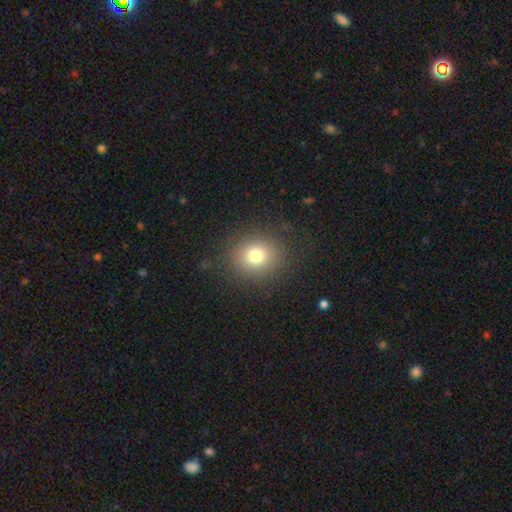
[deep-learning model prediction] A smooth galaxy with no disk features (77%) that is round (82%).

Vote fractions:
- Smooth or featured? smooth: 77% / star or artifact: 14% / featured or disk: 9%
- How rounded? round: 82% / in between: 17% / cigar-shaped: 1%
- Merging? none: 87% / minor disturbance: 8% / major disturbance: 4% / merger: 1%